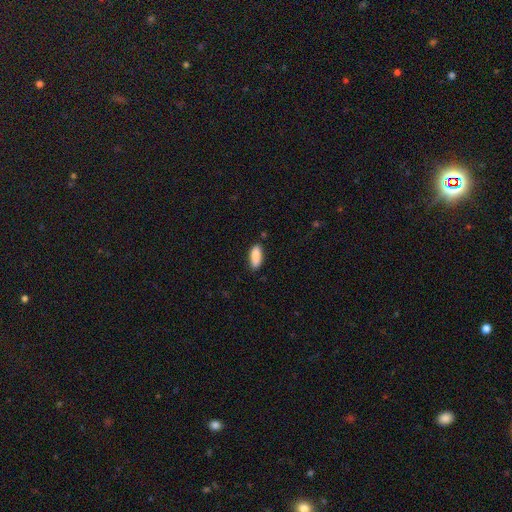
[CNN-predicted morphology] Overall: smooth (89%). How rounded: in between (77%). Merging: none (81%).